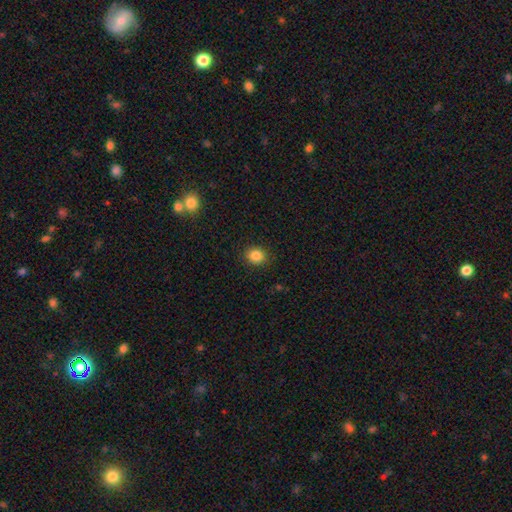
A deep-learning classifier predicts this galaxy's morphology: Smooth or featured: smooth — 85% (star or artifact — 11%)
How rounded: round — 76% (in between — 23%)
Merging: none — 90% (minor disturbance — 7%)